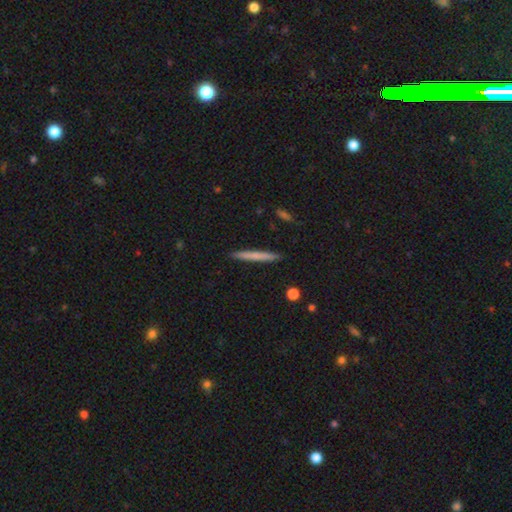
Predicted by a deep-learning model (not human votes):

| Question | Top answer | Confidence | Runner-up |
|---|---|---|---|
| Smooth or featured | smooth | 66% | featured or disk (28%) |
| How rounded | cigar-shaped | 97% | in between (2%) |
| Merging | none | 92% | minor disturbance (6%) |